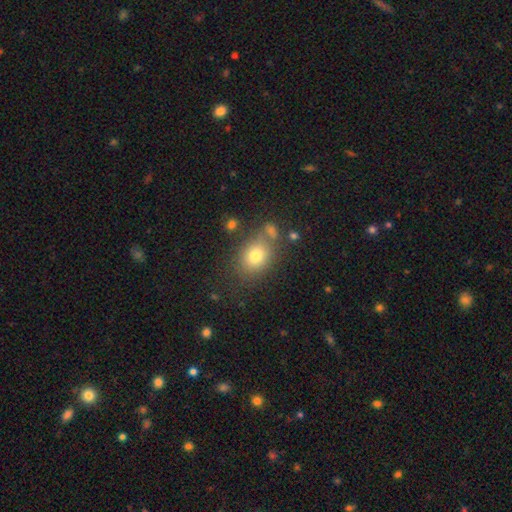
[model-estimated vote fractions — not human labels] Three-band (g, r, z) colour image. It shows a smooth galaxy with no disk features (76%) that is in between round and cigar-shaped (51%). Merging: none (68%).